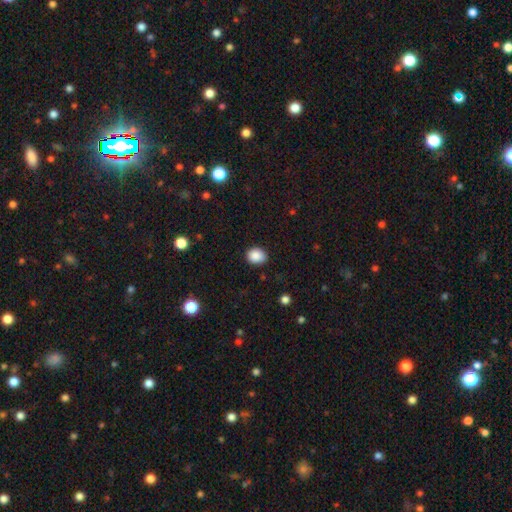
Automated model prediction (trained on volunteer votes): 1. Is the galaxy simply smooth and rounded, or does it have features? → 88% smooth, 9% star or artifact, 3% featured or disk.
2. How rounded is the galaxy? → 57% round, 42% in between, 1% cigar-shaped.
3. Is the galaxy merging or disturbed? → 85% none, 12% minor disturbance, 2% major disturbance, 1% merger.